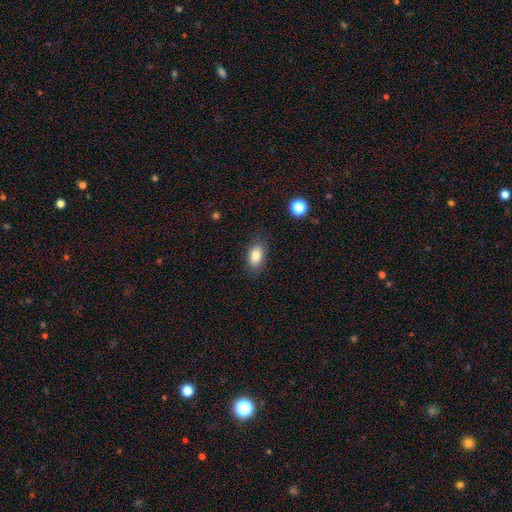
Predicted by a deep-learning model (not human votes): Morphology: type=smooth (84%); roundness=in between (88%); merging=none (84%).